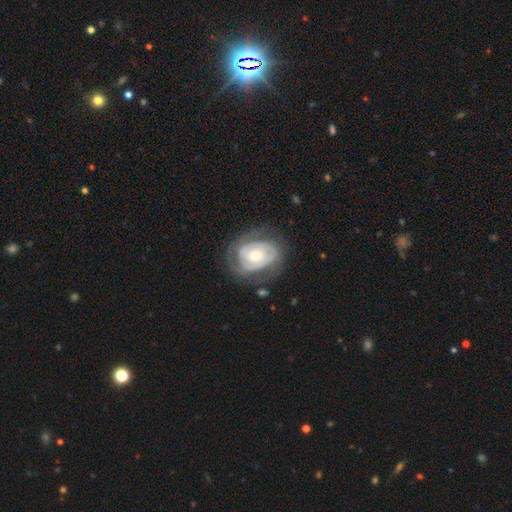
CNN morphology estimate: A featured or disk galaxy (76%) with no bar (68%), 2 (43%) tight (65%) spiral arms (85%) and a small central bulge (34%, tied with moderate).

Vote fractions:
- Smooth or featured? featured or disk: 76% / smooth: 18% / star or artifact: 6%
- Edge-on disk? no: 98% / yes: 2%
- Bar? no: 68% / weak: 26% / strong: 6%
- Spiral arms? yes: 85% / no: 15%
- Spiral winding? tight: 65% / medium: 27% / loose: 8%
- Spiral arm count? 2: 43% / can't tell: 33% / 1: 9% / 3: 9% / 4: 3% / more than 4: 3%
- Bulge size? small: 34% (tied) / moderate: 34% (tied) / large: 21% / none: 9% / dominant: 3%
- Merging? none: 61% / minor disturbance: 22% / major disturbance: 15% / merger: 2%